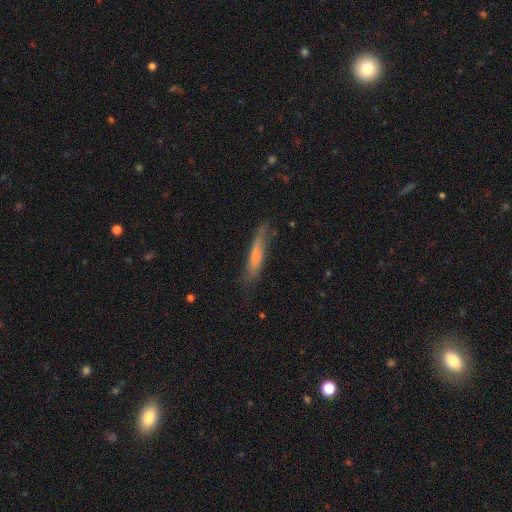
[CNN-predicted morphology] A smooth galaxy with no disk features (65%) that is cigar-shaped (88%). Merging: none (64%).